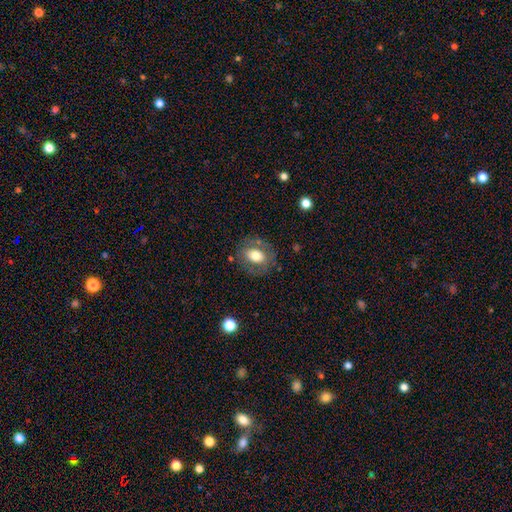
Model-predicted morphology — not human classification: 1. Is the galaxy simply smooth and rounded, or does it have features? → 61% smooth, 31% featured or disk, 8% star or artifact.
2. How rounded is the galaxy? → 50% in between, 49% round, 1% cigar-shaped.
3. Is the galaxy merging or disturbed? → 77% none, 14% minor disturbance, 7% major disturbance, 2% merger.